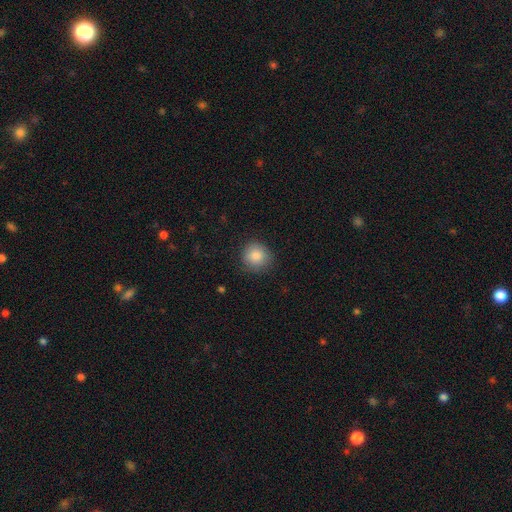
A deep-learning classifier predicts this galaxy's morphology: type=smooth (87%); roundness=round (91%); merging=none (82%).